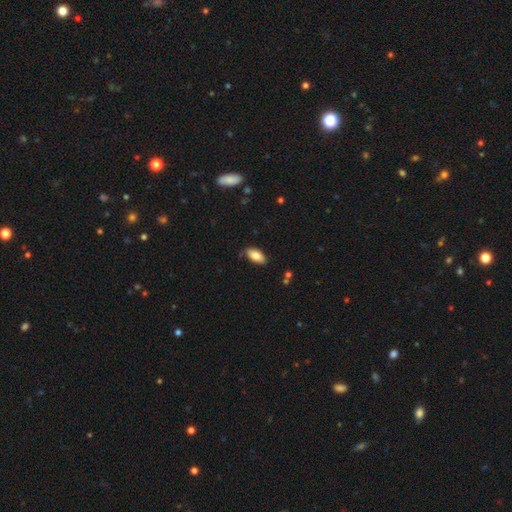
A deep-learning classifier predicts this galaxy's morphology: smooth 83%, featured or disk 10%, star or artifact 7%. Down the decision tree: how rounded — in between (93%); merging — none (80%).